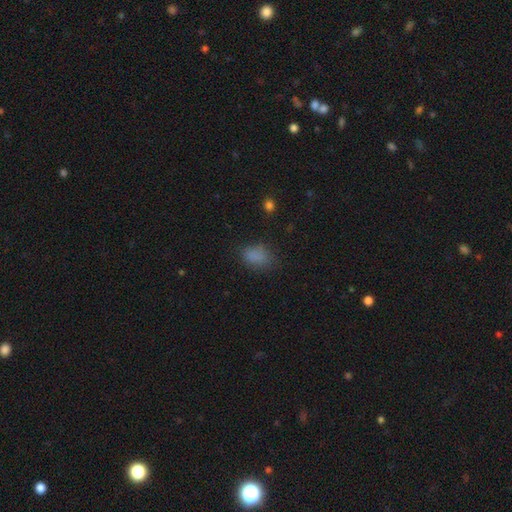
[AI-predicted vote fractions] Q: Smooth or featured?
A: smooth (82%); runner-up: star or artifact (13%)
Q: How rounded?
A: in between (79%); runner-up: round (19%)
Q: Merging?
A: none (72%); runner-up: minor disturbance (19%)